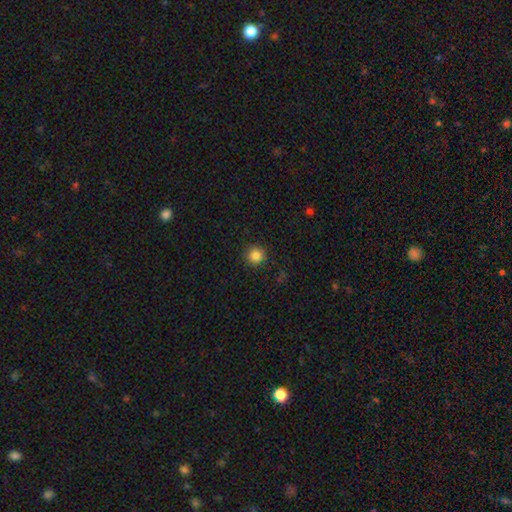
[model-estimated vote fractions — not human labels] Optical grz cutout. It shows a smooth galaxy with no disk features (84%) that is round (94%). Merging: none (90%).